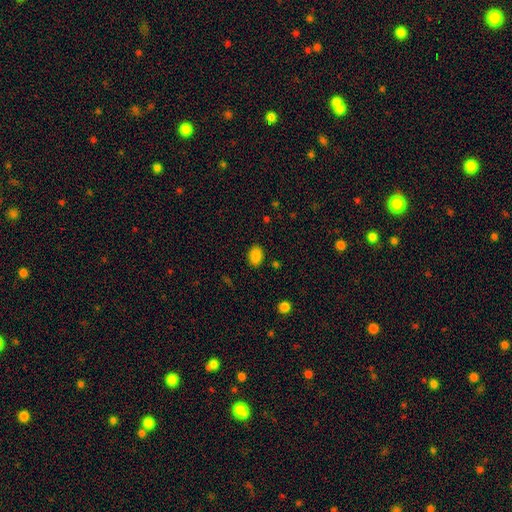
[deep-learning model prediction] A smooth galaxy with no disk features (86%) that is in between round and cigar-shaped (75%). Merging: none (86%).